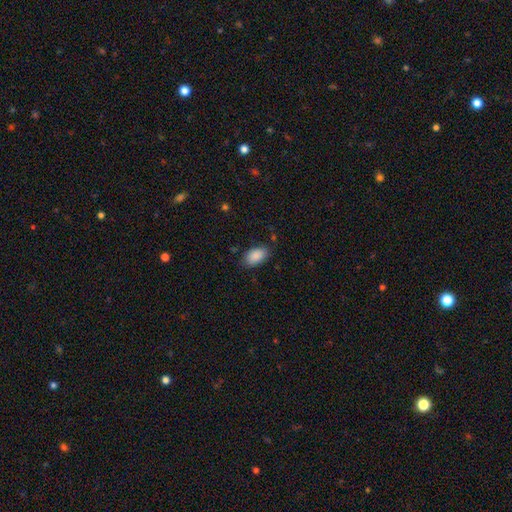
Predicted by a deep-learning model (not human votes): Smooth or featured? Predicted: smooth (p=0.89). How rounded? Predicted: in between (p=0.93). Merging? Predicted: none (p=0.79).